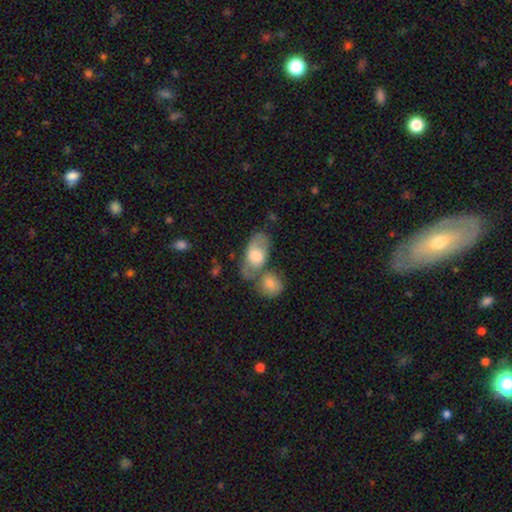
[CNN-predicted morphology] smooth 65%, featured or disk 29%, star or artifact 6%. Down the decision tree: how rounded — in between (89%); merging — merger (41%).